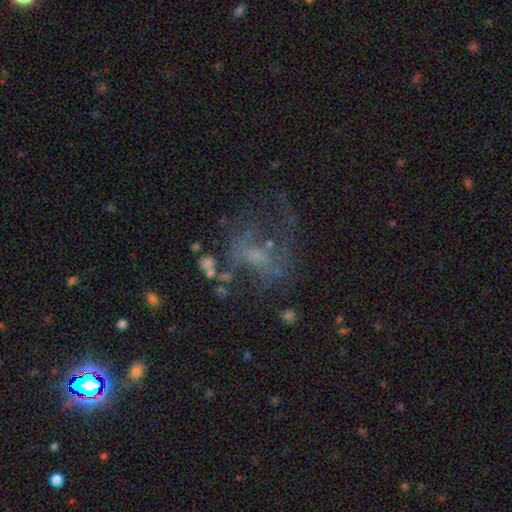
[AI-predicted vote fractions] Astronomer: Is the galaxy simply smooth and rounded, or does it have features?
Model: featured or disk — 55%.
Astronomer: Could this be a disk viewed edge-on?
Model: no — 96%.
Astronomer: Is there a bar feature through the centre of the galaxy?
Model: no — 64%.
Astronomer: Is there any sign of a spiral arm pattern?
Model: no — 61% (runner-up: yes, 39%).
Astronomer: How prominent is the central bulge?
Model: small — 39% (runner-up: none, 38%).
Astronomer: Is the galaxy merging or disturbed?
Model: major disturbance — 40% (runner-up: none, 37%).